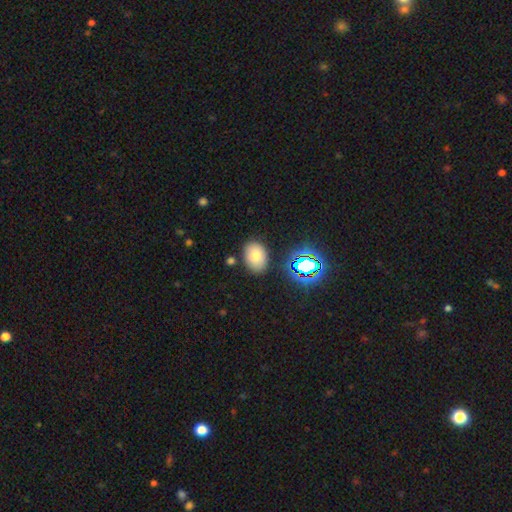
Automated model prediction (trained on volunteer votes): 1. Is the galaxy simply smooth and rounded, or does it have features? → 72% smooth, 17% star or artifact, 11% featured or disk.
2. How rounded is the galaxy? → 77% in between, 22% round, 1% cigar-shaped.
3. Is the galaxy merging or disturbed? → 83% none, 11% minor disturbance, 4% merger, 3% major disturbance.